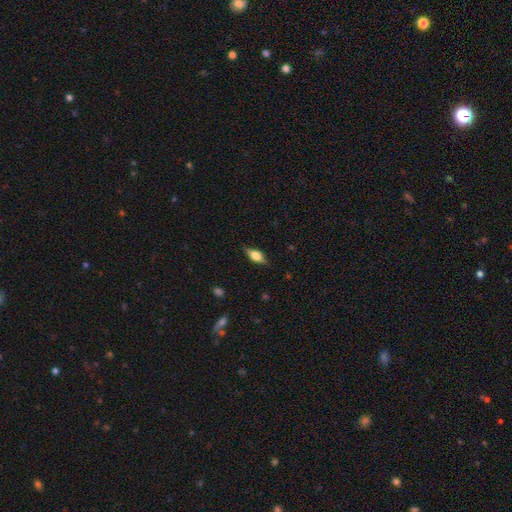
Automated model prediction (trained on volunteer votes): Q: Smooth or featured?
A: smooth (50%); runner-up: featured or disk (42%)
Q: How rounded?
A: in between (73%); runner-up: cigar-shaped (21%)
Q: Merging?
A: none (82%); runner-up: minor disturbance (14%)